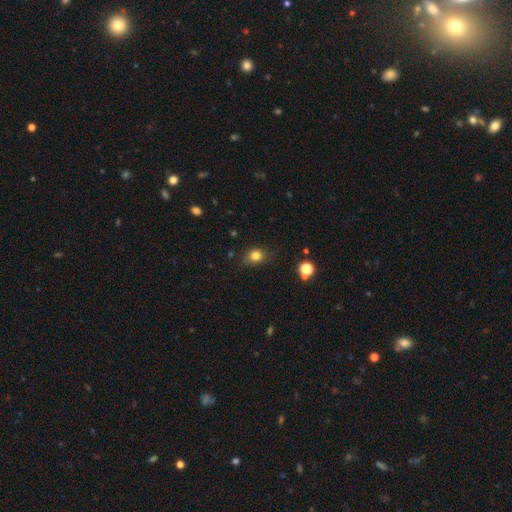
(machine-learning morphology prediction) A smooth galaxy with no disk features (81%) that is round (58%).

Vote fractions:
- Smooth or featured? smooth: 81% / star or artifact: 13% / featured or disk: 7%
- How rounded? round: 58% / in between: 41% / cigar-shaped: 1%
- Merging? none: 78% / minor disturbance: 17% / major disturbance: 4% / merger: 2%